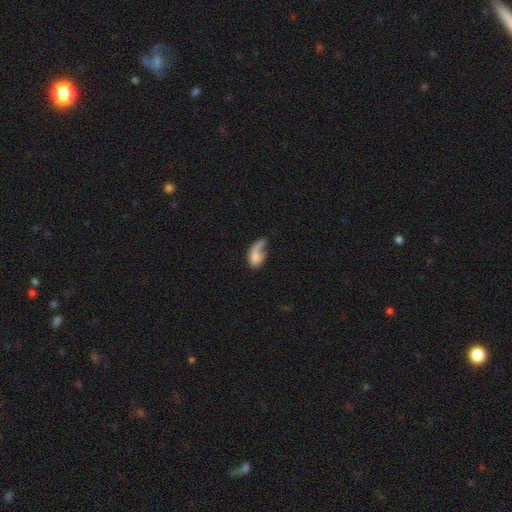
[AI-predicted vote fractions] smooth-or-featured: smooth: 60% | featured or disk: 31% | star or artifact: 9%
  how-rounded: in between: 84% | round: 11% | cigar-shaped: 5%
  merging: major disturbance: 45% | none: 23% | minor disturbance: 19% | merger: 12%